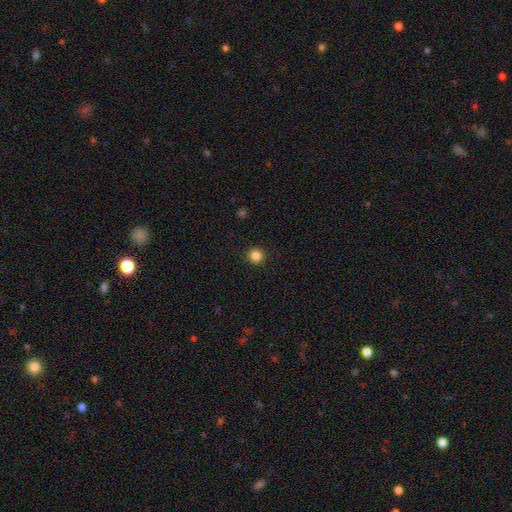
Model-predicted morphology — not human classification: Q: Smooth or featured?
A: smooth (85%); runner-up: star or artifact (12%)
Q: How rounded?
A: round (95%); runner-up: in between (4%)
Q: Merging?
A: none (92%); runner-up: minor disturbance (5%)